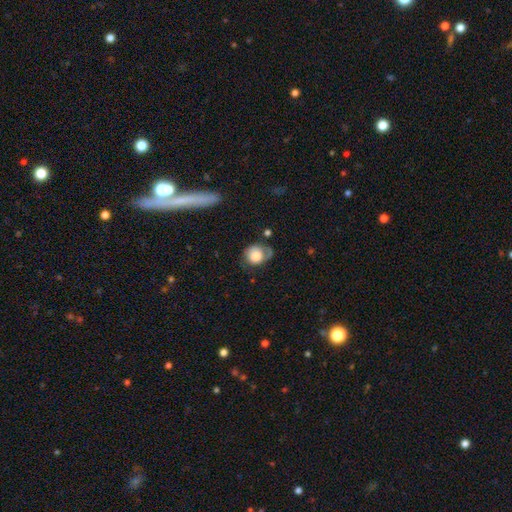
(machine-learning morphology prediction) type=smooth (72%); roundness=round (68%); merging=none (45%).